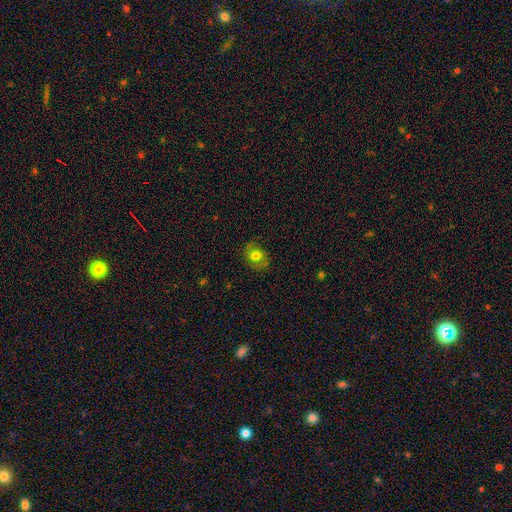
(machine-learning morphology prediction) Overall: smooth (62%; featured or disk 27%). How rounded: round (58%; in between 41%). Merging: none (74%).